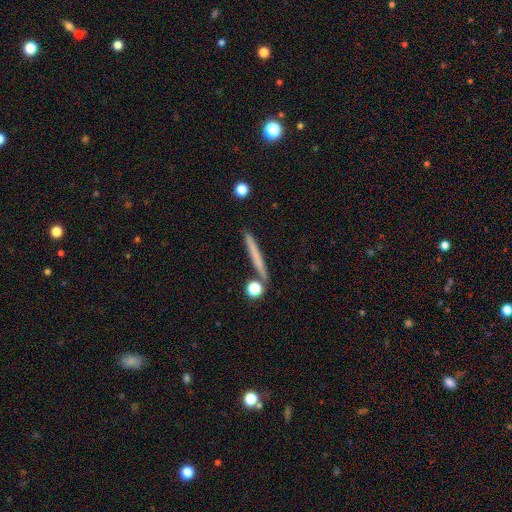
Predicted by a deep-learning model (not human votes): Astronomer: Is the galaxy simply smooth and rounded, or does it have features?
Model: smooth — 62%.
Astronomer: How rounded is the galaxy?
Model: cigar-shaped — 94%.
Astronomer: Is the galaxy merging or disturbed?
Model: none — 83%.